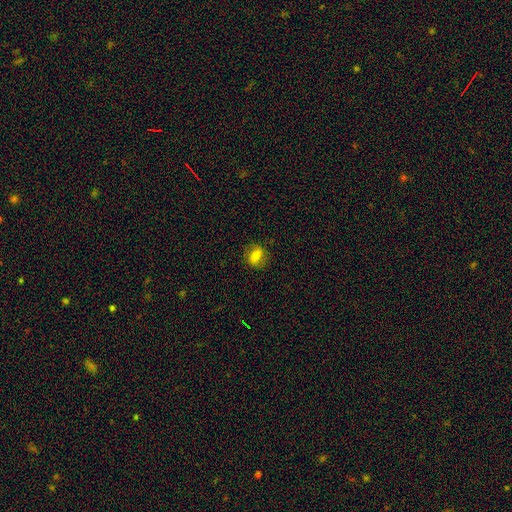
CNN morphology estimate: This appears to be a smooth galaxy with no disk features (67%) that is in between round and cigar-shaped (55%). Merging: none (80%).